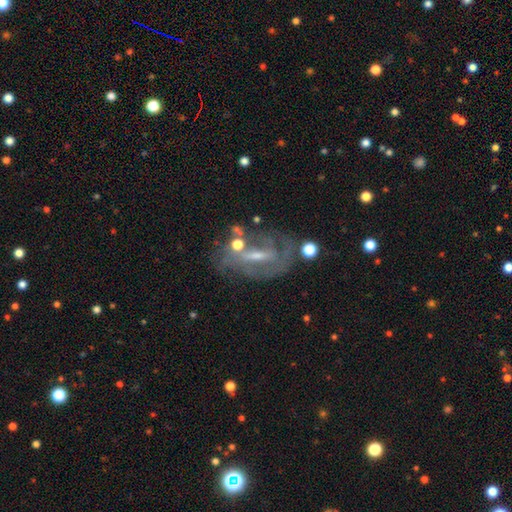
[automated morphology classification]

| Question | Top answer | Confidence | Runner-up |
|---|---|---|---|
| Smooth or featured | featured or disk | 76% | smooth (13%) |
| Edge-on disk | no | 87% | yes (13%) |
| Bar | strong | 45% | weak (36%) |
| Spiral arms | yes | 74% | no (26%) |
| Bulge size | small | 51% | moderate (35%) |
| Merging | none | 56% | minor disturbance (19%) |